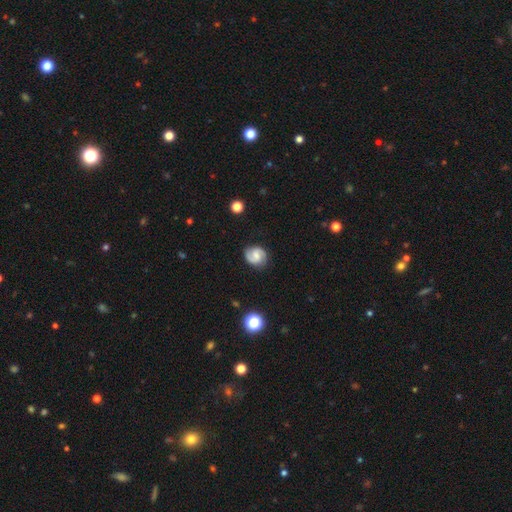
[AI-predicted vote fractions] Overall: featured or disk (74%). Edge-on disk: no (98%). Bar: weak (50%; no 38%). Spiral arms: yes (95%). Spiral arm count: 2 (90%). Spiral winding: medium (50%; tight 30%). Bulge size: moderate (39%; small 37%). Merging: none (83%).